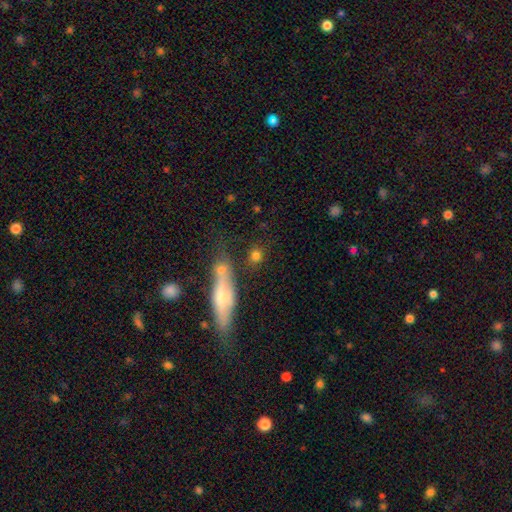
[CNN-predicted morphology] Overall: smooth (75%). How rounded: round (69%). Merging: none (67%).